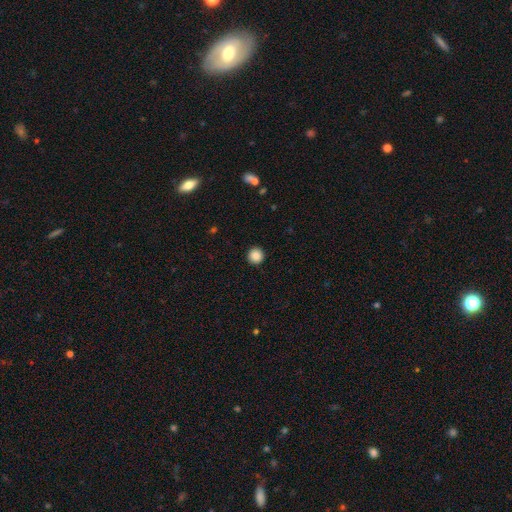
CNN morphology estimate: The model was most divided on "smooth or featured": smooth: 87%, star or artifact: 9%, featured or disk: 3%. More confident: how rounded — round (96%); merging — none (93%).